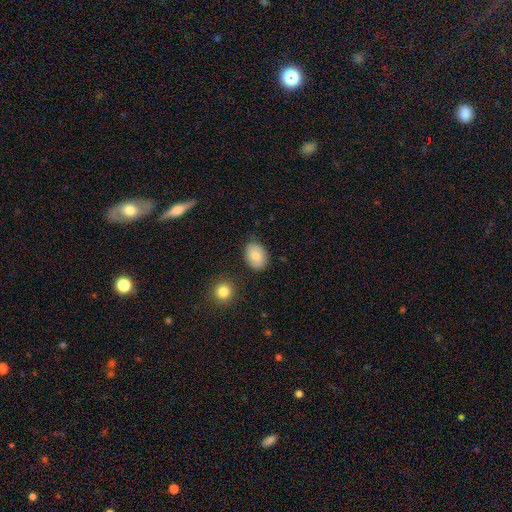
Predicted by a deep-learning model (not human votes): This appears to be a smooth galaxy with no disk features (83%) that is in between round and cigar-shaped (71%). Merging: none (82%).